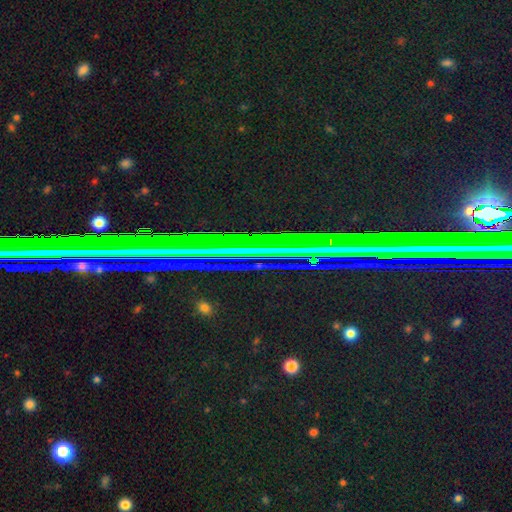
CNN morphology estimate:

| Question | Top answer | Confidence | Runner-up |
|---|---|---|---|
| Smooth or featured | star or artifact | 81% | featured or disk (11%) |